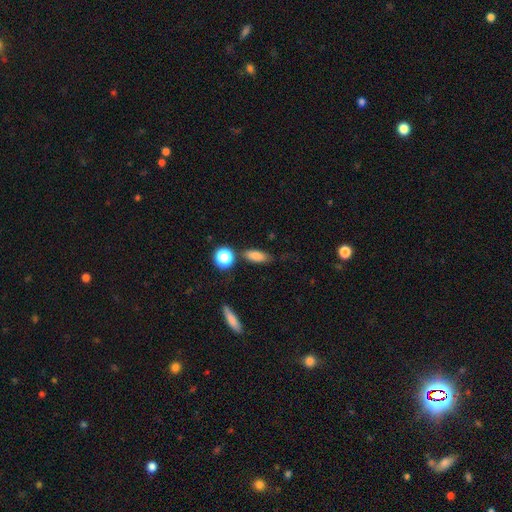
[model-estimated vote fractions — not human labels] Smooth or featured? smooth (81%)
How rounded? in between (70%)
Merging? none (70%)